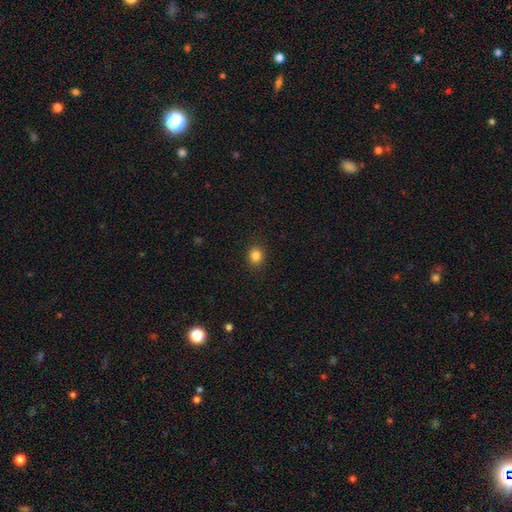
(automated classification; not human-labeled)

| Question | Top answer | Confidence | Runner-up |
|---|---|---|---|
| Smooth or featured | smooth | 84% | star or artifact (12%) |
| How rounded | round | 82% | in between (17%) |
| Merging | none | 91% | minor disturbance (6%) |